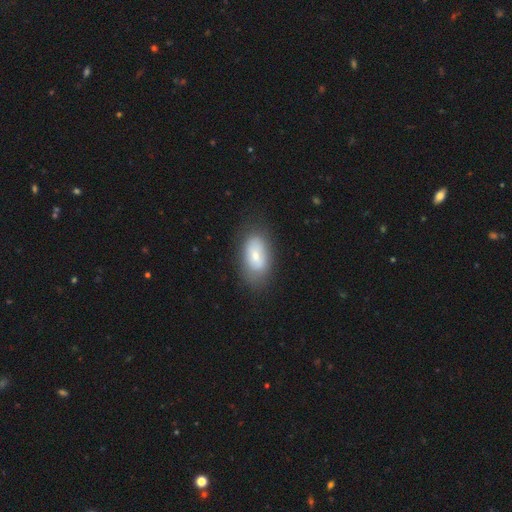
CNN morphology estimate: Smooth or featured: smooth — 65% (featured or disk — 28%)
How rounded: in between — 92% (round — 6%)
Merging: none — 73% (minor disturbance — 18%)